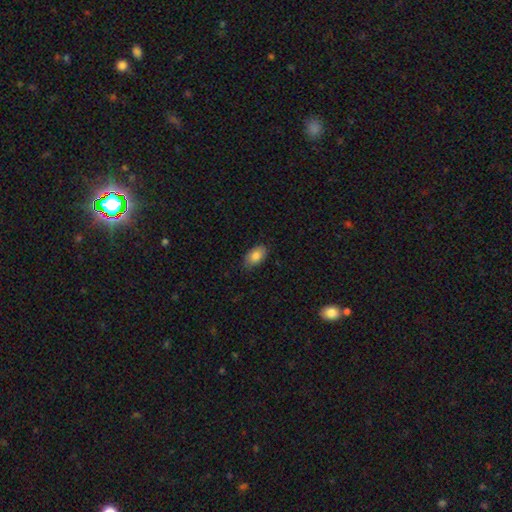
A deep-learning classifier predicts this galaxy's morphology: type=smooth (82%); roundness=in between (92%); merging=none (79%).